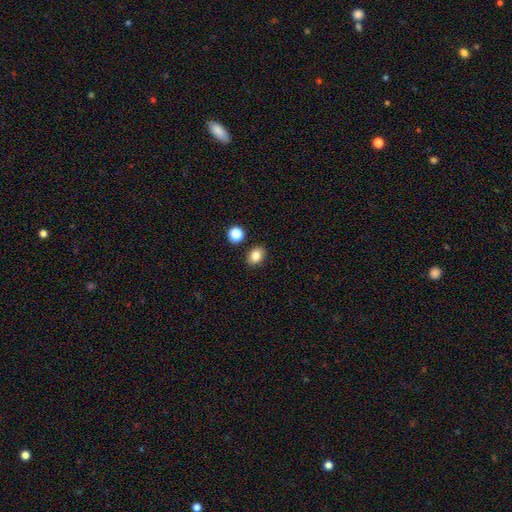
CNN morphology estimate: Q: Smooth or featured?
A: smooth (83%); runner-up: star or artifact (11%)
Q: How rounded?
A: in between (61%); runner-up: round (38%)
Q: Merging?
A: none (86%); runner-up: minor disturbance (8%)